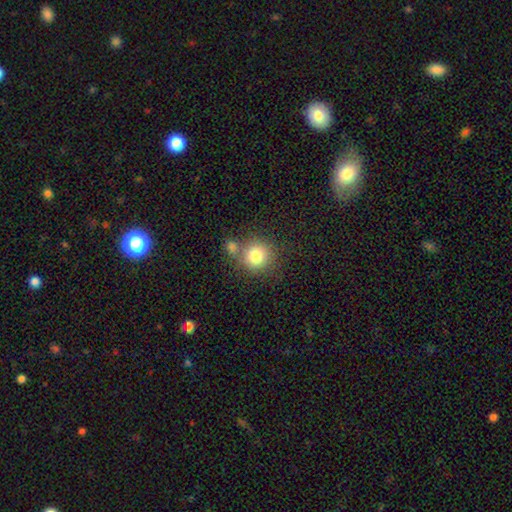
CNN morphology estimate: Smooth or featured? smooth (79%)
How rounded? round (91%)
Merging? none (58%)